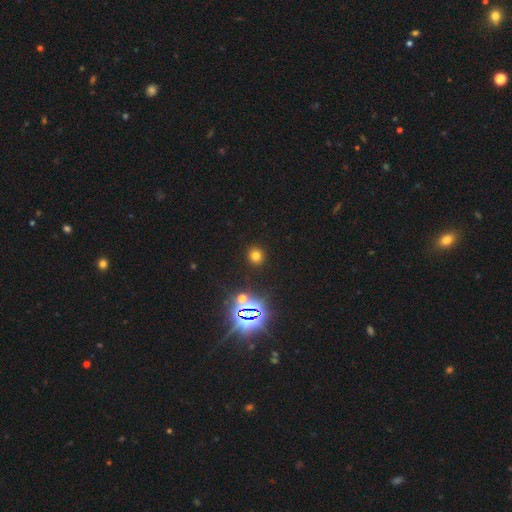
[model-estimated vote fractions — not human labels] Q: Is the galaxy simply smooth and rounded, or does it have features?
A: smooth — 68%.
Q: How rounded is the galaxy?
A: round — 89%.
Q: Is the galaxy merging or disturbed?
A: none — 90%.